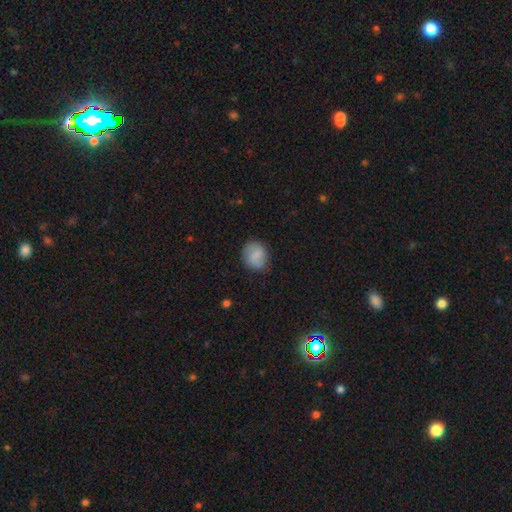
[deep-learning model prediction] Morphology: type=smooth (76%); roundness=round (70%); merging=none (77%).